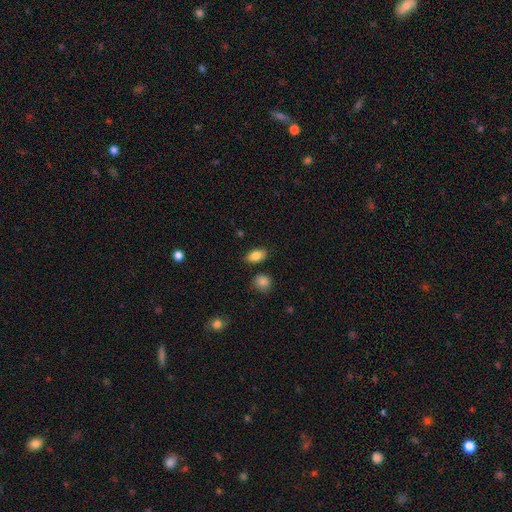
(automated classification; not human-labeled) smooth 85%, star or artifact 8%, featured or disk 7%. Down the decision tree: how rounded — in between (89%); merging — none (83%).